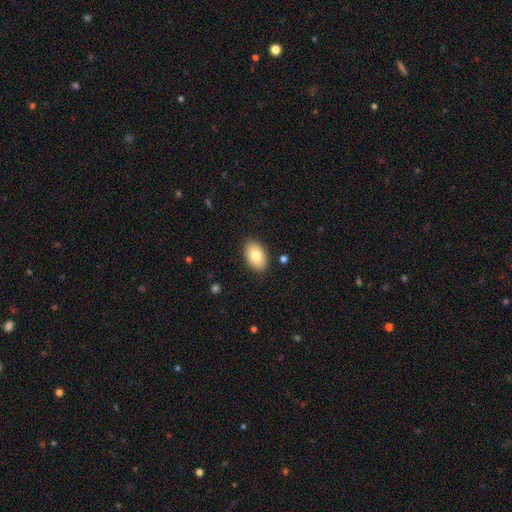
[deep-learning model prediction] Smooth or featured?
  - smooth: 80% *
  - featured or disk: 13%
  - star or artifact: 7%
How rounded?
  - in between: 91% *
  - round: 8%
  - cigar-shaped: 1%
Merging?
  - none: 88% *
  - minor disturbance: 9%
  - major disturbance: 2%
  - merger: 1%